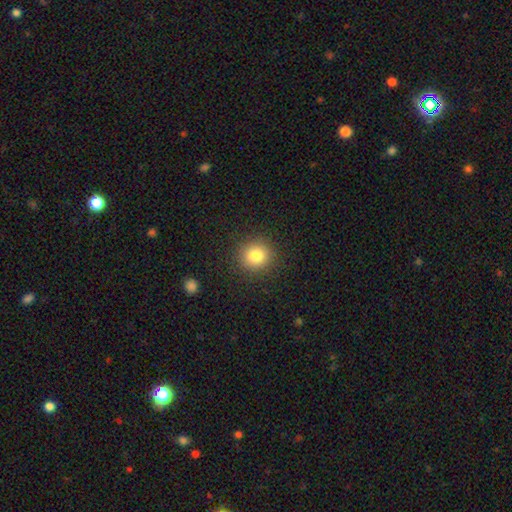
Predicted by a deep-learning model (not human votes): This appears to be a smooth galaxy with no disk features (81%) that is round (89%). Merging: none (90%).